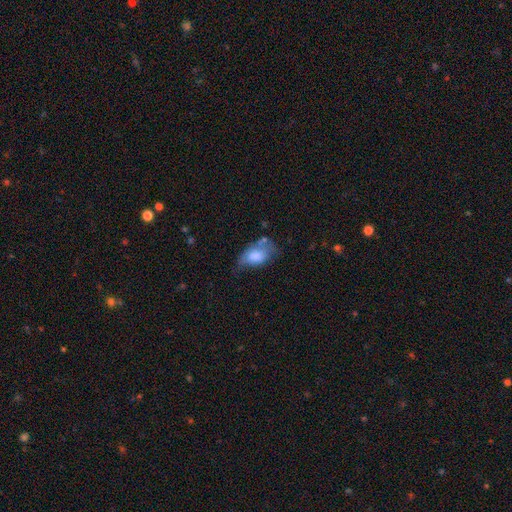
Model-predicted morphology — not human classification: A smooth galaxy with no disk features (71%) that is in between round and cigar-shaped (92%).

Vote fractions:
- Smooth or featured? smooth: 71% / featured or disk: 21% / star or artifact: 8%
- How rounded? in between: 92% / round: 6% / cigar-shaped: 2%
- Merging? minor disturbance: 37% / none: 32% / major disturbance: 22% / merger: 9%